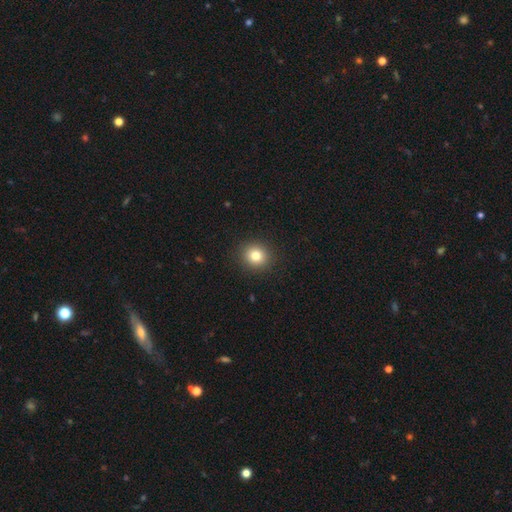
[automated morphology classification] Smooth or featured? Predicted: smooth (p=0.81). How rounded? Predicted: round (p=0.85). Merging? Predicted: none (p=0.91).